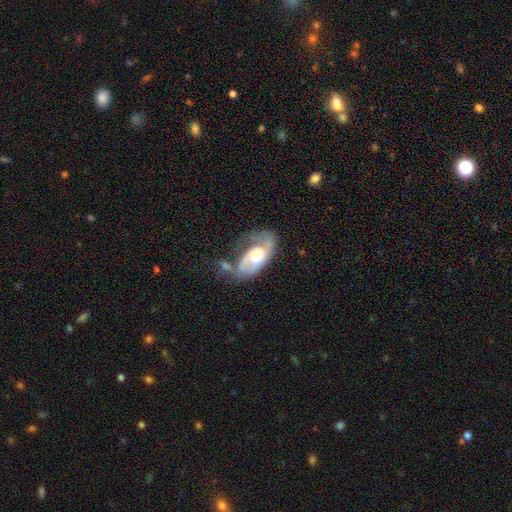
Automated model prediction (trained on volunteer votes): This appears to be a featured or disk galaxy (71%) with no bar (60%), 2 (59%) medium (44%) spiral arms (86%) and a moderate central bulge (33%). Merging: none (37%).